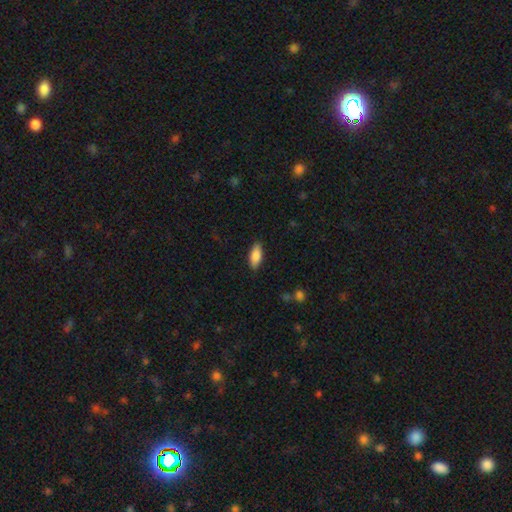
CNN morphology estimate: Overall: smooth (86%). How rounded: in between (83%). Merging: none (86%).